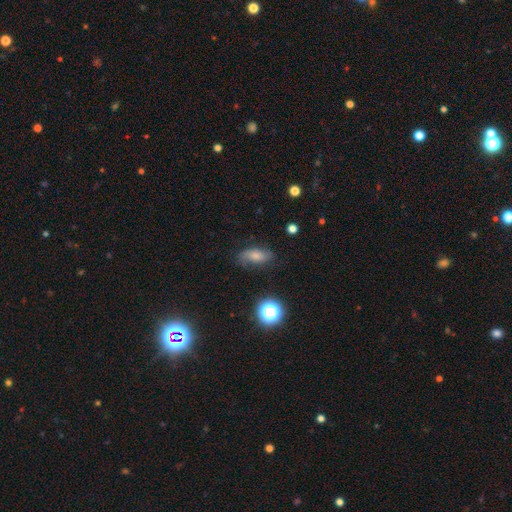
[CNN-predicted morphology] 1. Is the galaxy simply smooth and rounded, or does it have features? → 64% smooth, 24% featured or disk, 12% star or artifact.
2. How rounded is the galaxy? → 82% in between, 11% cigar-shaped, 7% round.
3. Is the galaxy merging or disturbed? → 69% none, 22% minor disturbance, 7% major disturbance, 2% merger.